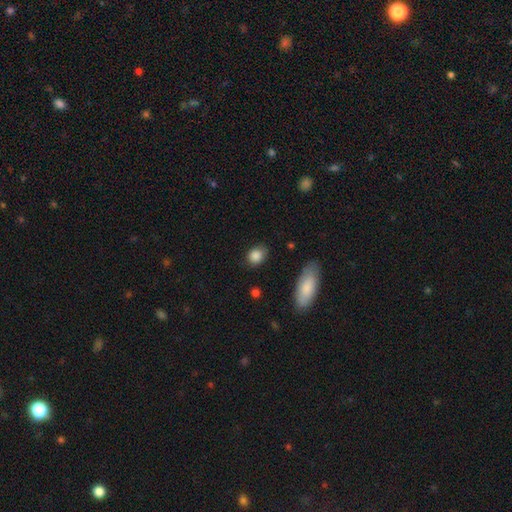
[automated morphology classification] This appears to be a smooth galaxy with no disk features (86%) that is in between round and cigar-shaped (50%). Merging: none (78%).